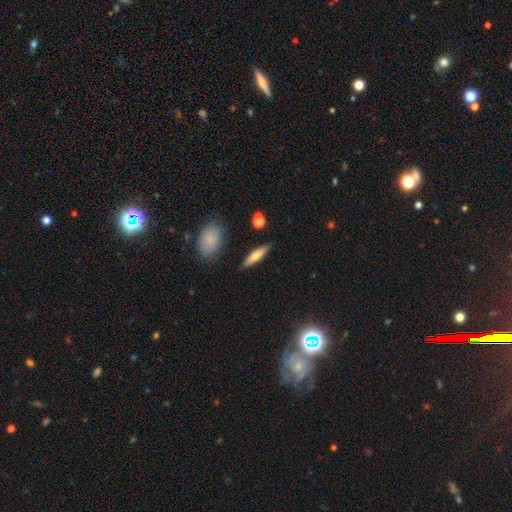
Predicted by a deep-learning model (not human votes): Morphology: type=smooth (55%); roundness=cigar-shaped (73%); merging=none (86%).